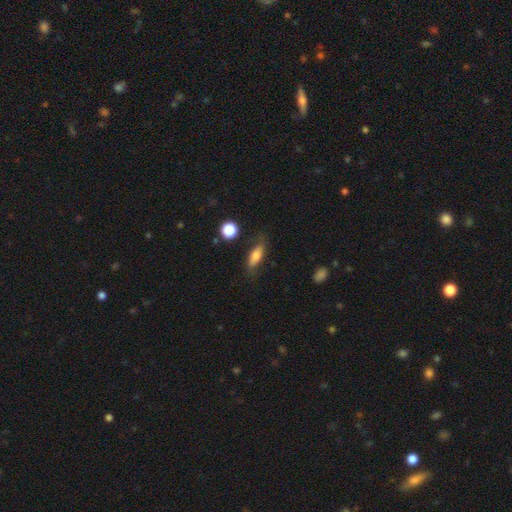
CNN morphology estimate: Smooth or featured? Predicted: smooth (p=0.71). How rounded? Predicted: in between (p=0.61). Merging? Predicted: none (p=0.73).